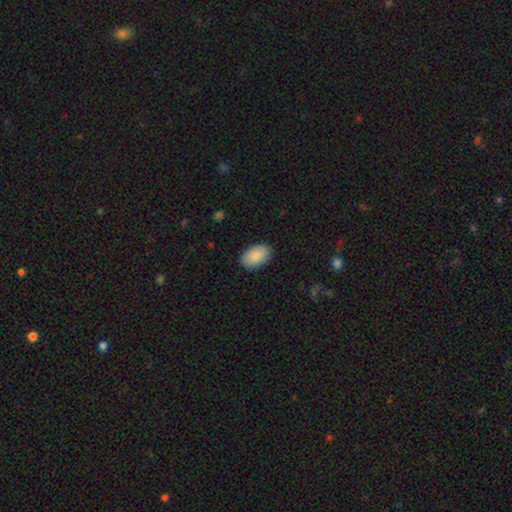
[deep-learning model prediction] smooth 89%, star or artifact 6%, featured or disk 5%. Down the decision tree: how rounded — in between (93%); merging — none (88%).